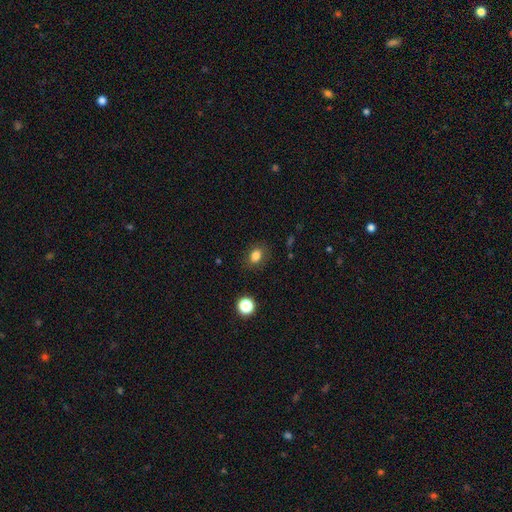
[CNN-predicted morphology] This appears to be a smooth galaxy with no disk features (82%) that is in between round and cigar-shaped (62%). Merging: none (83%).